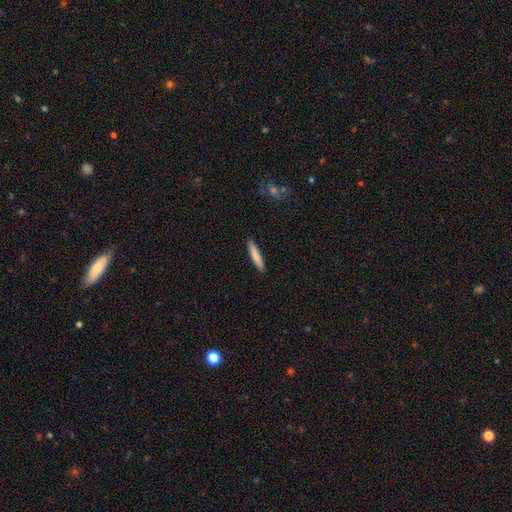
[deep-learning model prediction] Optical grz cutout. It shows a smooth galaxy with no disk features (81%) that is cigar-shaped (90%). Merging: none (91%).